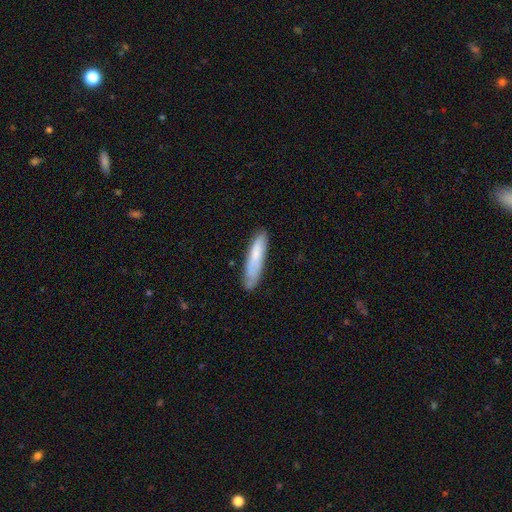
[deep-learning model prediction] Q: Smooth or featured?
A: smooth (76%); runner-up: featured or disk (18%)
Q: How rounded?
A: cigar-shaped (83%); runner-up: in between (16%)
Q: Merging?
A: none (72%); runner-up: minor disturbance (22%)